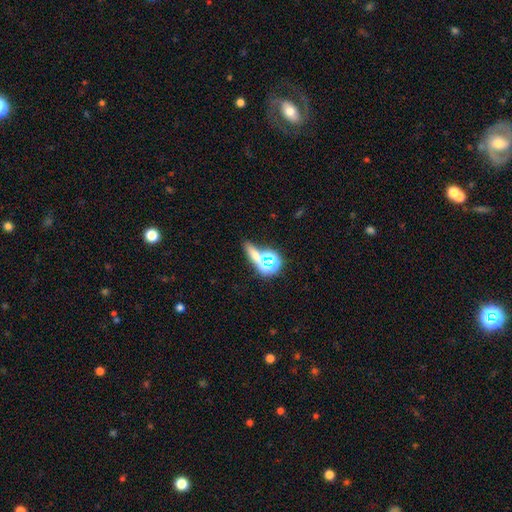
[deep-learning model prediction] This is possibly a smooth galaxy (48%). Merging: likely none (61%).